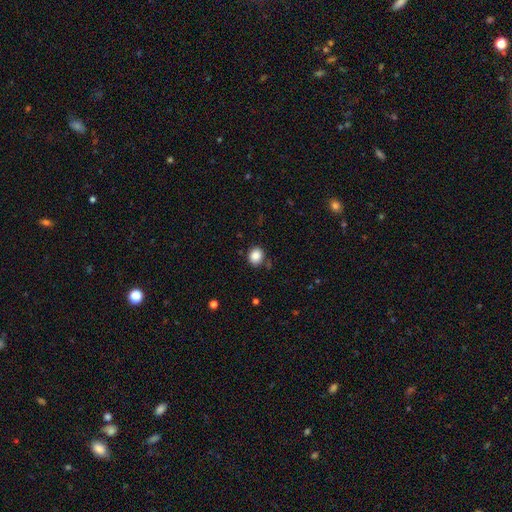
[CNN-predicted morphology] Q: Smooth or featured?
A: smooth (87%); runner-up: star or artifact (9%)
Q: How rounded?
A: round (68%); runner-up: in between (31%)
Q: Merging?
A: none (83%); runner-up: minor disturbance (11%)